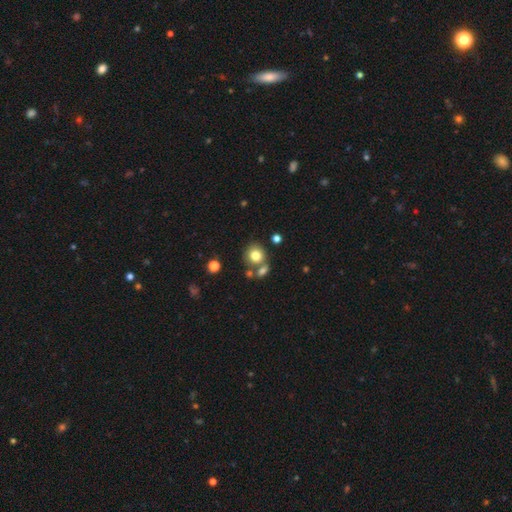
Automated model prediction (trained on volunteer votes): This appears to be a smooth galaxy with no disk features (79%) that is round (84%). Merging: none (62%).